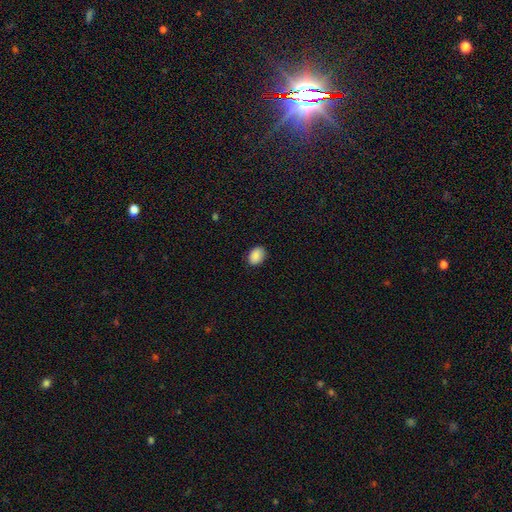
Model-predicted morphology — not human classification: This is clearly a smooth galaxy (89%). How rounded: likely in between (77%). Merging: clearly none (85%).